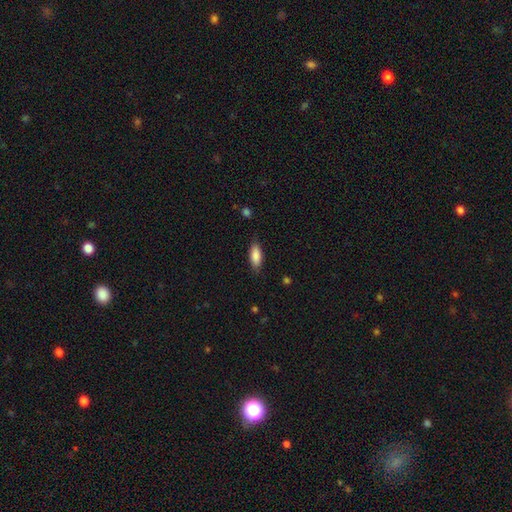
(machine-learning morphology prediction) Smooth or featured? smooth (86%)
How rounded? in between (76%)
Merging? none (82%)